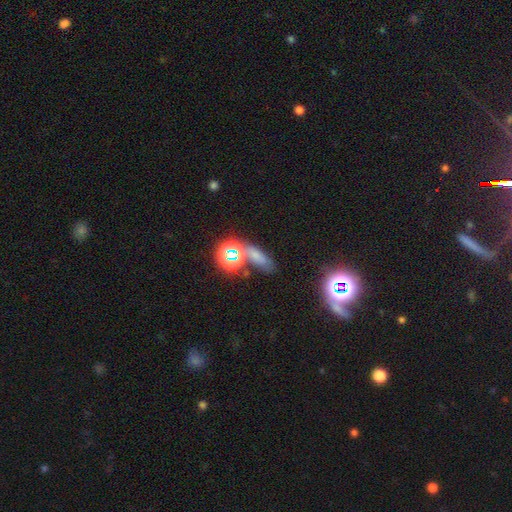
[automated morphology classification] type=smooth (57%); roundness=in between (55%); merging=none (57%).